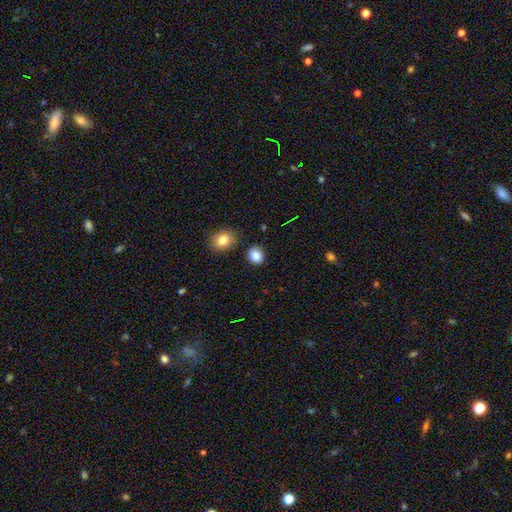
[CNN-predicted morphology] smooth_or_featured: smooth (p=0.84) [alt: star or artifact p=0.10]
how_rounded: round (p=0.68) [alt: in between p=0.31]
merging: none (p=0.87) [alt: minor disturbance p=0.08]